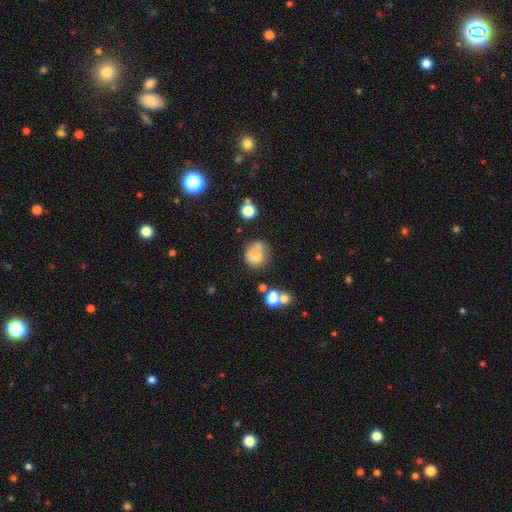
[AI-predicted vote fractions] A smooth galaxy with no disk features (67%) that is round (80%). Merging: none (42%).